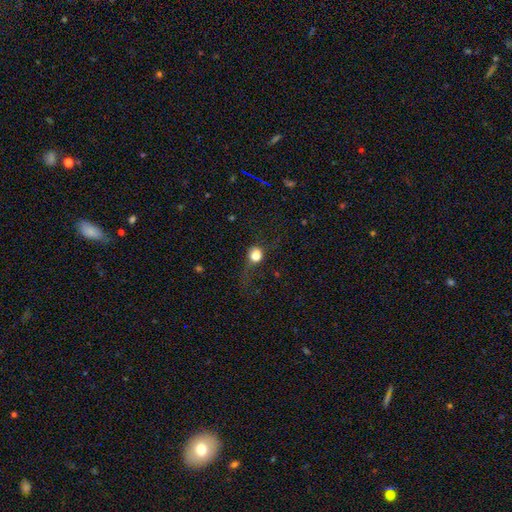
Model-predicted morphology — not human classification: This appears to be a smooth galaxy with no disk features (73%) that is round (73%). Merging: none (42%).